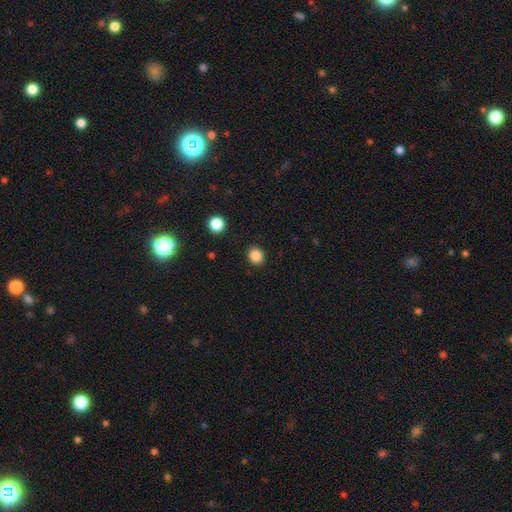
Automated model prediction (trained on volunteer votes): This appears to be a smooth galaxy with no disk features (86%) that is round (74%). Merging: none (91%).